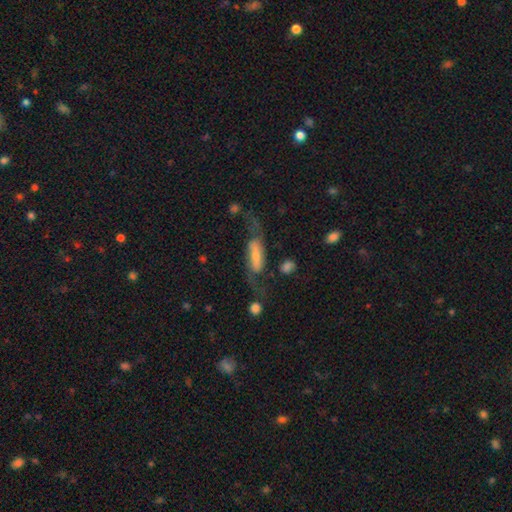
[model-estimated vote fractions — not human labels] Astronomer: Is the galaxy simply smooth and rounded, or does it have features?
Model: featured or disk — 65%.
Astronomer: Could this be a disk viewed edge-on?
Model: no — 83%.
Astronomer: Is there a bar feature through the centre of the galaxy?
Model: strong — 41% (runner-up: weak, 32%).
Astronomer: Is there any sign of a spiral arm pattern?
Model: yes — 87%.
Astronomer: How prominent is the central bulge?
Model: small — 44% (runner-up: moderate, 36%).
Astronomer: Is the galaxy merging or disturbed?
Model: none — 47% (runner-up: major disturbance, 29%).